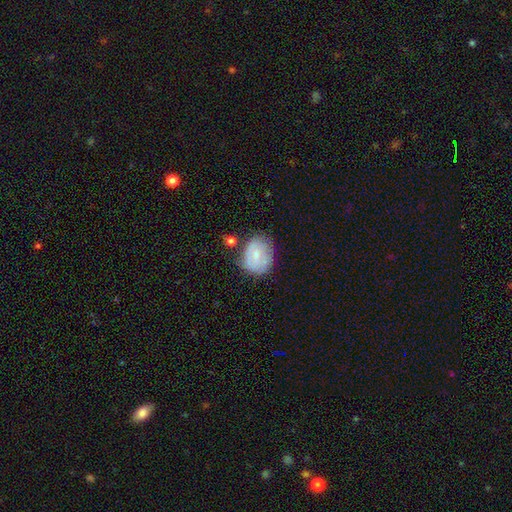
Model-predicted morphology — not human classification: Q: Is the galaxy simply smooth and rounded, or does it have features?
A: smooth — 60%.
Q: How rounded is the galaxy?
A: round — 56%.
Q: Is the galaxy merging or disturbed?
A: none — 59%.